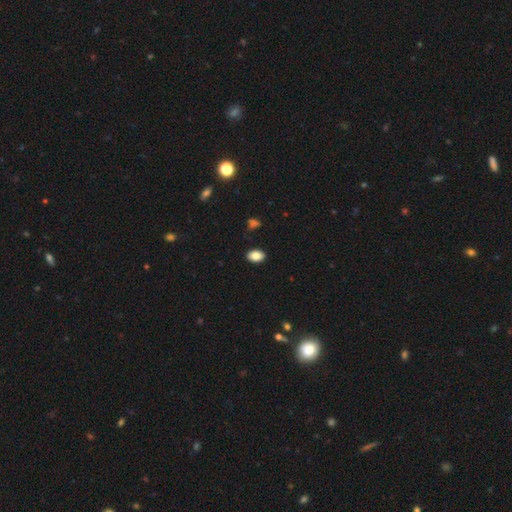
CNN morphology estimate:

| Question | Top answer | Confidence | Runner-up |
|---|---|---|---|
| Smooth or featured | smooth | 86% | star or artifact (8%) |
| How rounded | in between | 86% | round (12%) |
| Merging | none | 89% | minor disturbance (8%) |